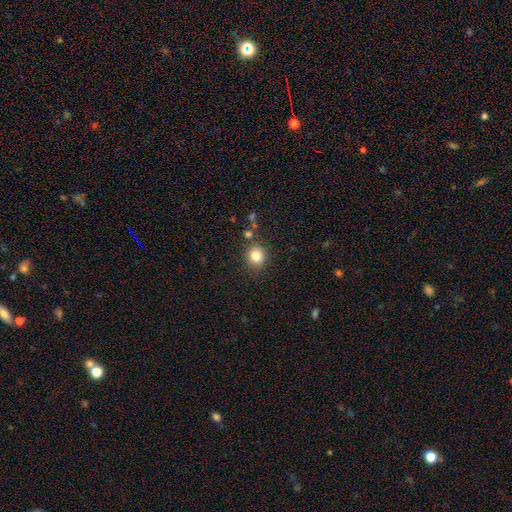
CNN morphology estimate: type=smooth (82%); roundness=round (74%); merging=none (81%).